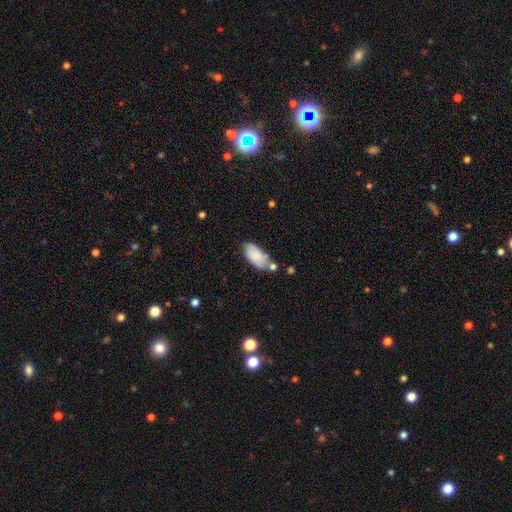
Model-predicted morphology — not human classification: Q: Smooth or featured?
A: smooth (81%); runner-up: featured or disk (13%)
Q: How rounded?
A: in between (91%); runner-up: cigar-shaped (7%)
Q: Merging?
A: none (55%); runner-up: minor disturbance (24%)